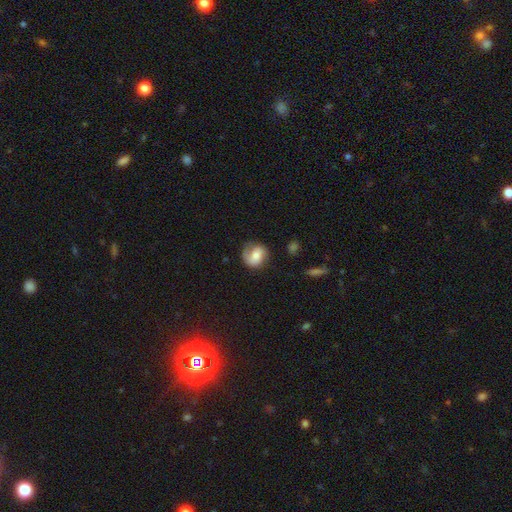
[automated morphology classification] Overall: featured or disk (48%; smooth 44%). Merging: none (62%; minor disturbance 24%).